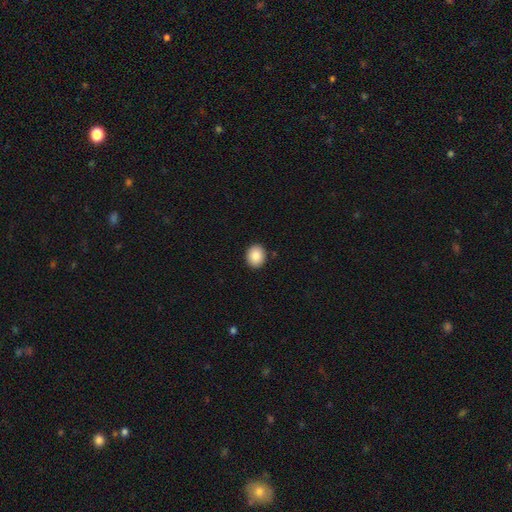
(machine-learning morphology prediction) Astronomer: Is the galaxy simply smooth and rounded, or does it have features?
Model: smooth — 86%.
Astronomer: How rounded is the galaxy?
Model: round — 65%.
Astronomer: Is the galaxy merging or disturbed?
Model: none — 91%.